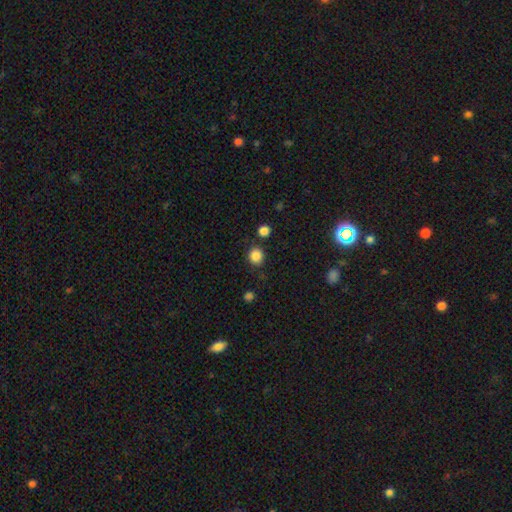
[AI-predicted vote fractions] Smooth or featured: smooth — 85% (star or artifact — 11%)
How rounded: round — 86% (in between — 13%)
Merging: none — 84% (minor disturbance — 9%)